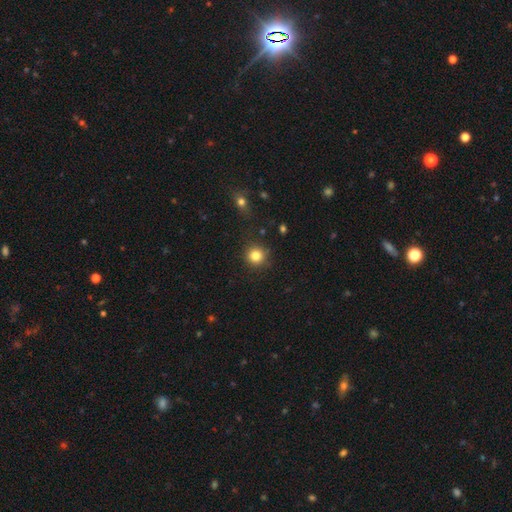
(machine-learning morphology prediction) The model was most divided on "smooth or featured": smooth: 83%, star or artifact: 12%, featured or disk: 5%. More confident: how rounded — round (93%); merging — none (88%).